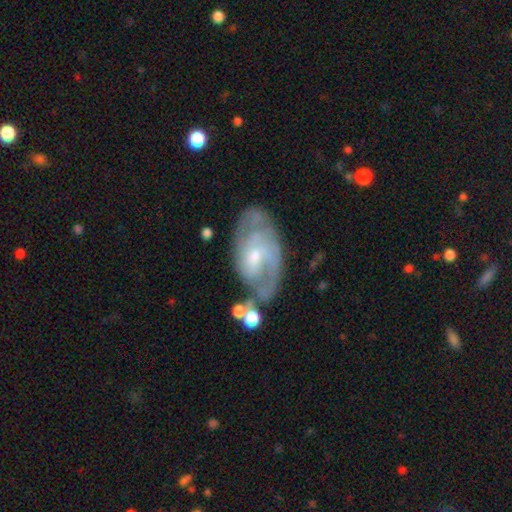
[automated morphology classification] This appears to be a featured or disk galaxy (76%) with no bar (56%), 2 (36%, tied with can't tell) tight (43%) spiral arms (86%) and a small central bulge (55%). Merging: none (53%).